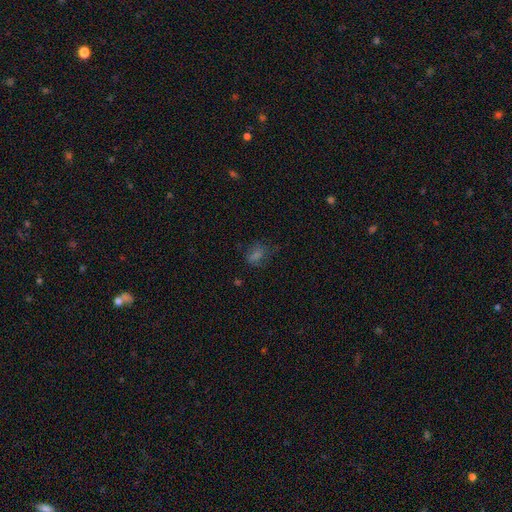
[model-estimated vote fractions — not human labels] This is possibly a smooth galaxy (56%). How rounded: likely in between (66%). Merging: likely none (65%).